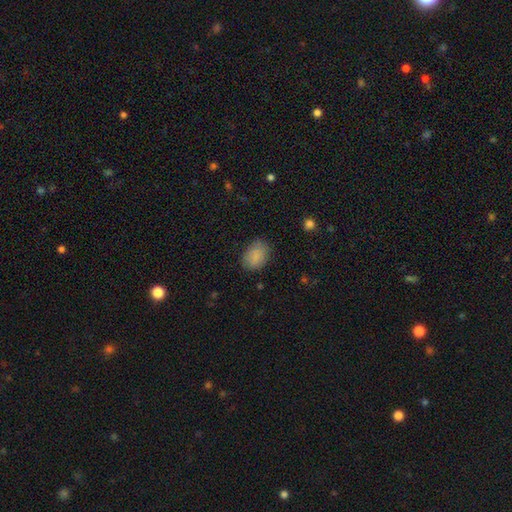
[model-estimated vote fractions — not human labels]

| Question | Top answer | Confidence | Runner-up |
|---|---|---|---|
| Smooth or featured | smooth | 86% | star or artifact (8%) |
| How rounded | in between | 82% | round (17%) |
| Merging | none | 79% | minor disturbance (16%) |